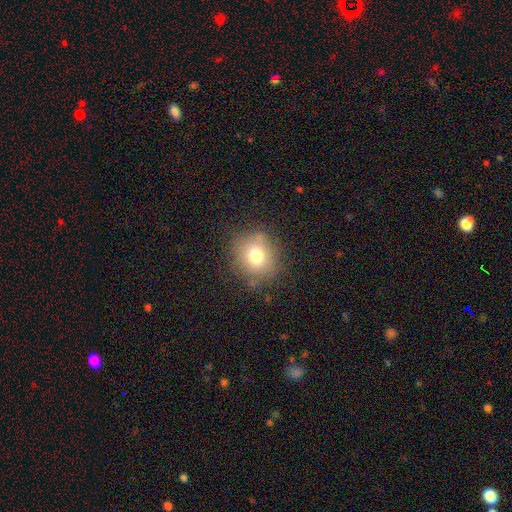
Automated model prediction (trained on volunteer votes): smooth 74%, featured or disk 13%, star or artifact 13%. Down the decision tree: how rounded — round (79%); merging — none (77%).